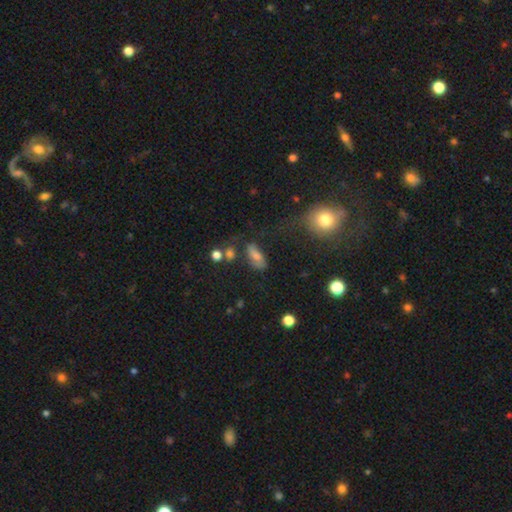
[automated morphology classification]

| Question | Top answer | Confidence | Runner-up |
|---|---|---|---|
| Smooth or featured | smooth | 60% | featured or disk (25%) |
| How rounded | in between | 78% | cigar-shaped (14%) |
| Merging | none | 57% | minor disturbance (21%) |